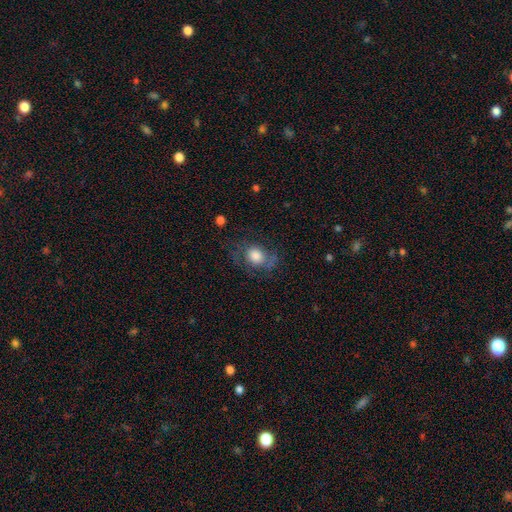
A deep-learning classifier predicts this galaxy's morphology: Smooth or featured? Predicted: smooth (p=0.61). How rounded? Predicted: round (p=0.62). Merging? Predicted: none (p=0.60).